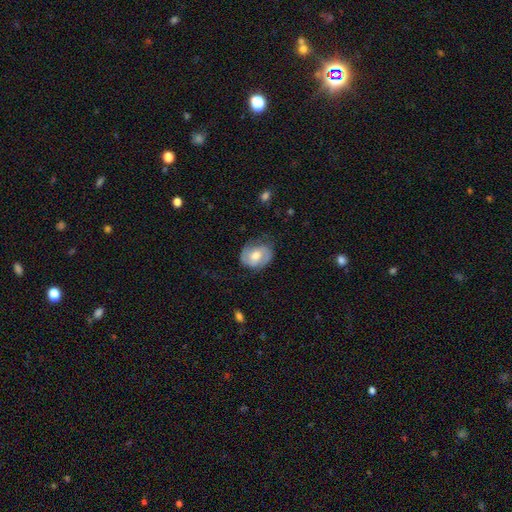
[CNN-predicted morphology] featured or disk 63%, smooth 31%, star or artifact 6%. Down the decision tree: edge-on disk — no (97%); bar — no (51%); spiral arms — yes (82%); spiral arm count — 2 (81%); spiral winding — medium (43%); bulge size — moderate (72%); merging — none (70%).